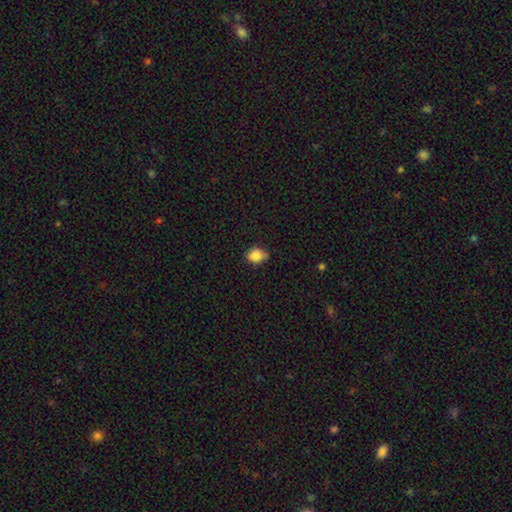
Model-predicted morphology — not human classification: type=smooth (84%); roundness=in between (50%); merging=none (59%).